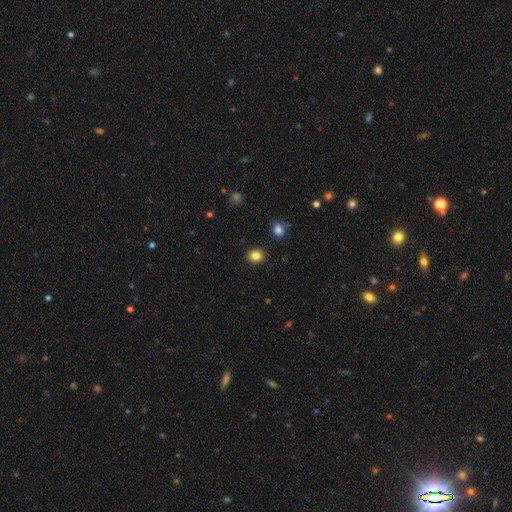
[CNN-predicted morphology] Smooth or featured?
  - smooth: 84% *
  - star or artifact: 11%
  - featured or disk: 5%
How rounded?
  - round: 67% *
  - in between: 32%
  - cigar-shaped: 1%
Merging?
  - none: 90% *
  - minor disturbance: 6%
  - major disturbance: 2%
  - merger: 2%